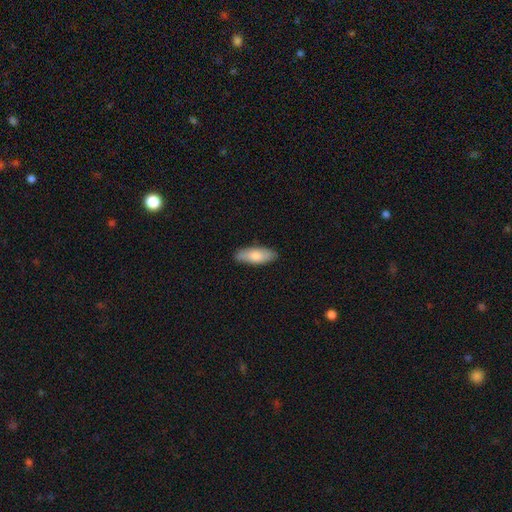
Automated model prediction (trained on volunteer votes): The model was most divided on "how rounded": in between: 73%, cigar-shaped: 25%, round: 2%. More confident: merging — none (87%); smooth or featured — smooth (78%).